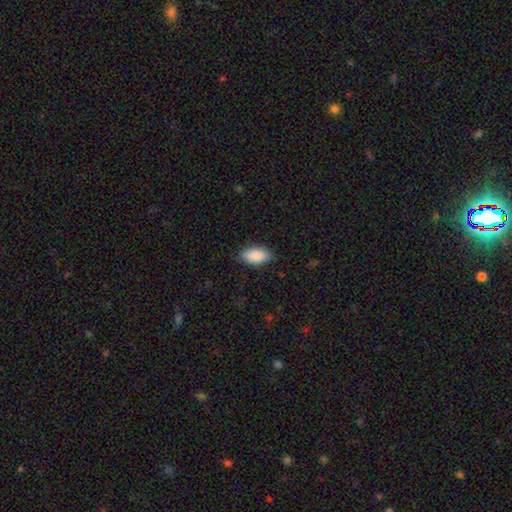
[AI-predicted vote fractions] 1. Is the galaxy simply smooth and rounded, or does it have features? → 90% smooth, 6% star or artifact, 4% featured or disk.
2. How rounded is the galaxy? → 94% in between, 4% cigar-shaped, 3% round.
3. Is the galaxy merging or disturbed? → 85% none, 12% minor disturbance, 3% major disturbance, 1% merger.